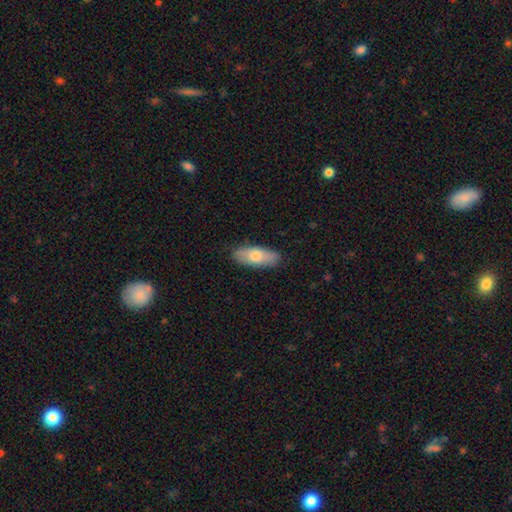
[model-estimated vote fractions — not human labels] Smooth or featured? Predicted: smooth (p=0.73). How rounded? Predicted: in between (p=0.78). Merging? Predicted: none (p=0.87).